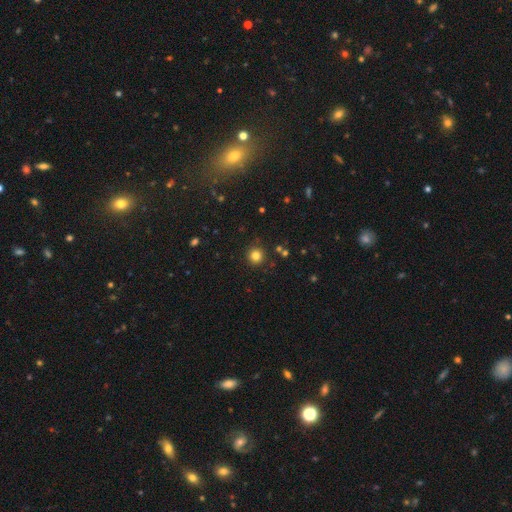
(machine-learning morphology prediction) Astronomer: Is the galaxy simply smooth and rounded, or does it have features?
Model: smooth — 81%.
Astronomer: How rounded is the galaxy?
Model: round — 94%.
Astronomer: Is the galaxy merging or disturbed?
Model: none — 89%.